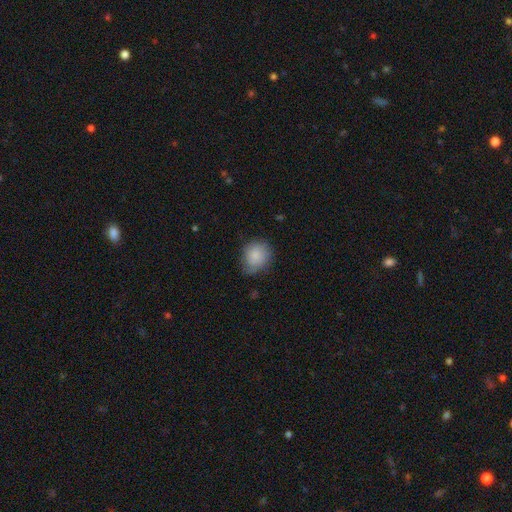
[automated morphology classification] type=smooth (83%); roundness=round (68%); merging=none (62%).